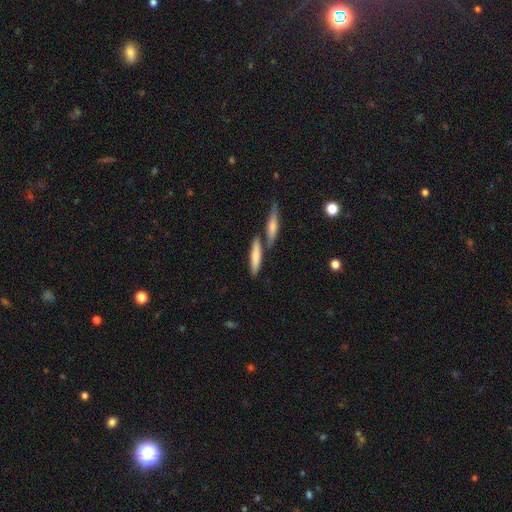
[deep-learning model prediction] Overall: smooth (70%). How rounded: cigar-shaped (77%). Merging: none (60%; merger 27%).